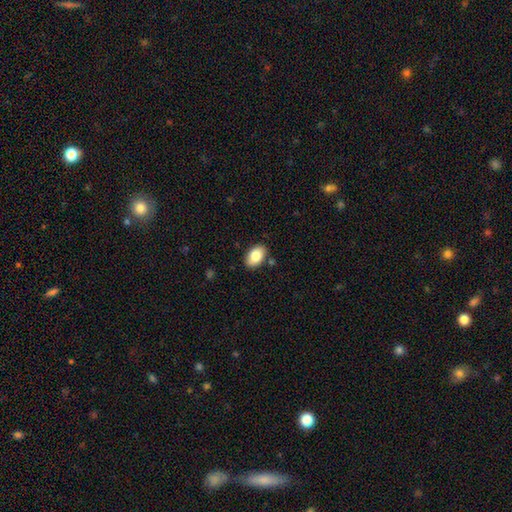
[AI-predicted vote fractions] Smooth or featured? smooth (84%)
How rounded? in between (90%)
Merging? none (85%)